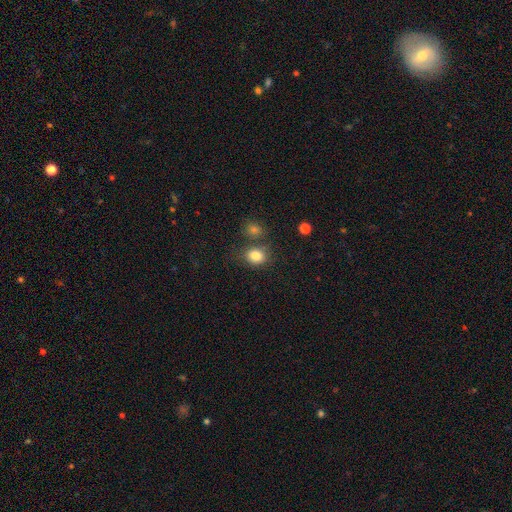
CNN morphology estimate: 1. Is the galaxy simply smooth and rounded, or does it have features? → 82% smooth, 11% star or artifact, 7% featured or disk.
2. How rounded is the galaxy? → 60% round, 39% in between, 1% cigar-shaped.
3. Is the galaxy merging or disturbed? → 66% none, 16% merger, 13% minor disturbance, 5% major disturbance.